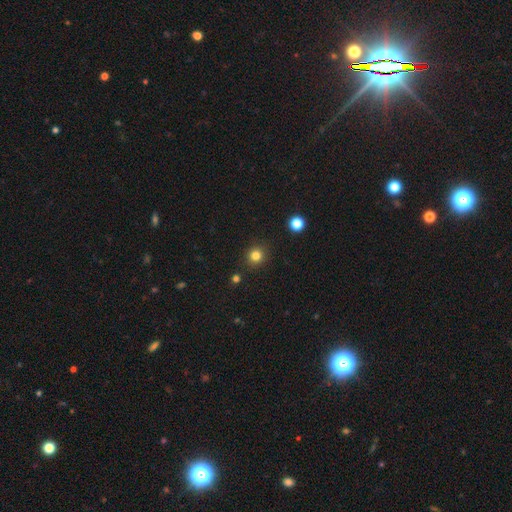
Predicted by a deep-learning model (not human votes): Morphology: type=smooth (81%); roundness=round (89%); merging=none (89%).